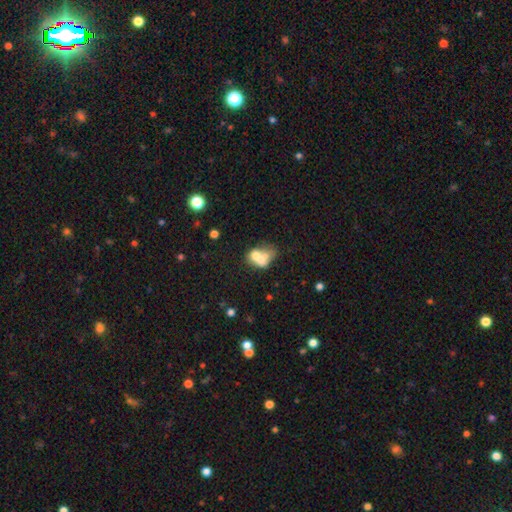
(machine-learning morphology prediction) smooth-or-featured: smooth: 56% | featured or disk: 32% | star or artifact: 12%
  how-rounded: in between: 68% | round: 29% | cigar-shaped: 3%
  merging: merger: 58% | none: 18% | major disturbance: 13% | minor disturbance: 11%